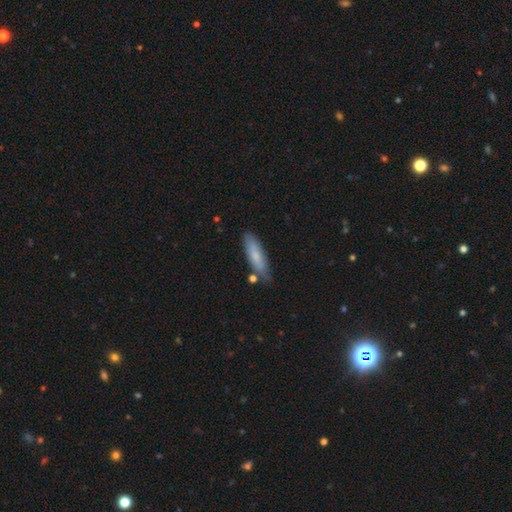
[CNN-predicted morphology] Smooth or featured? smooth (74%)
How rounded? cigar-shaped (59%)
Merging? none (74%)